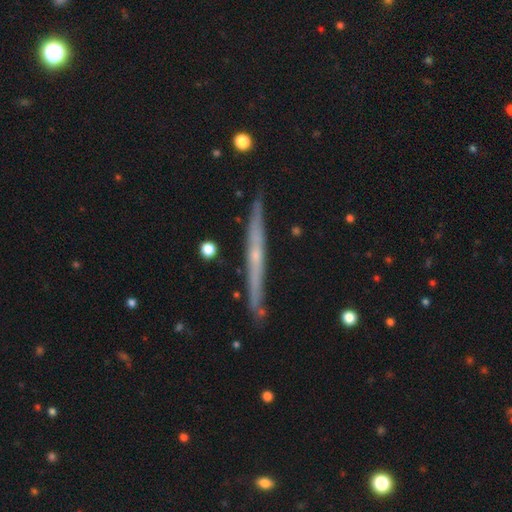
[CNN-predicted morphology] Smooth or featured?
  - featured or disk: 69% *
  - smooth: 24%
  - star or artifact: 6%
Edge-on disk?
  - yes: 96% *
  - no: 4%
Edge-on bulge?
  - none: 60% *
  - rounded: 36%
  - boxy: 4%
Merging?
  - none: 87% *
  - minor disturbance: 10%
  - merger: 2%
  - major disturbance: 2%